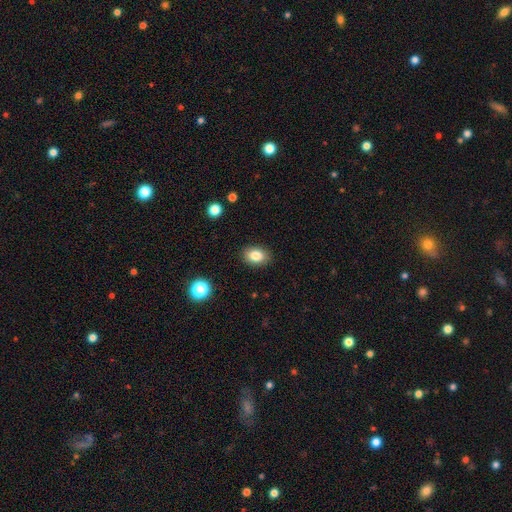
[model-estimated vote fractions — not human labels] Q: Smooth or featured?
A: smooth (83%); runner-up: star or artifact (9%)
Q: How rounded?
A: in between (76%); runner-up: round (23%)
Q: Merging?
A: none (88%); runner-up: minor disturbance (9%)